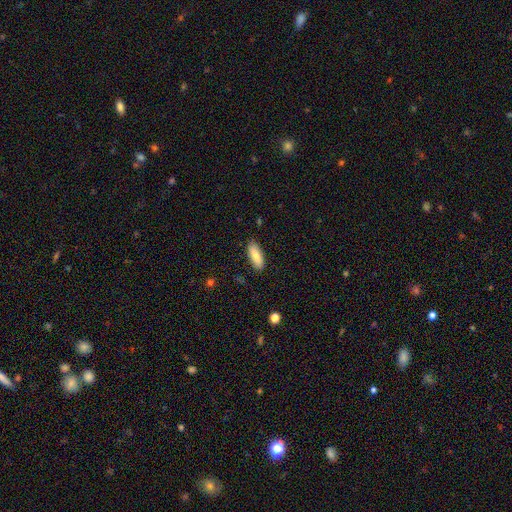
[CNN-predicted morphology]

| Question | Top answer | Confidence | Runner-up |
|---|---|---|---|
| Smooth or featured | smooth | 76% | featured or disk (17%) |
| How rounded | in between | 65% | cigar-shaped (33%) |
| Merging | none | 86% | minor disturbance (11%) |